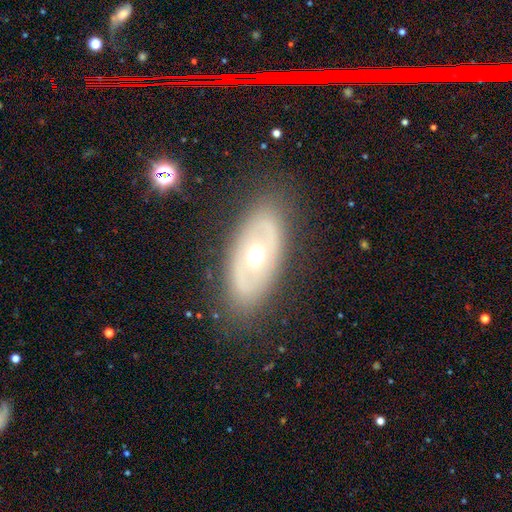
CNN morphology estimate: A featured or disk galaxy (61%) with no bar (86%), no spiral arms (82%) and a moderate central bulge (75%). Merging: none (84%).